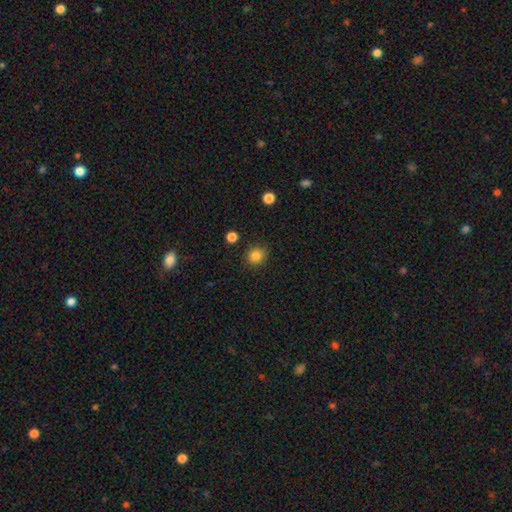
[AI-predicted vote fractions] Smooth or featured?
  - smooth: 84% *
  - star or artifact: 12%
  - featured or disk: 4%
How rounded?
  - round: 87% *
  - in between: 12%
  - cigar-shaped: 1%
Merging?
  - none: 87% *
  - minor disturbance: 9%
  - major disturbance: 3%
  - merger: 2%